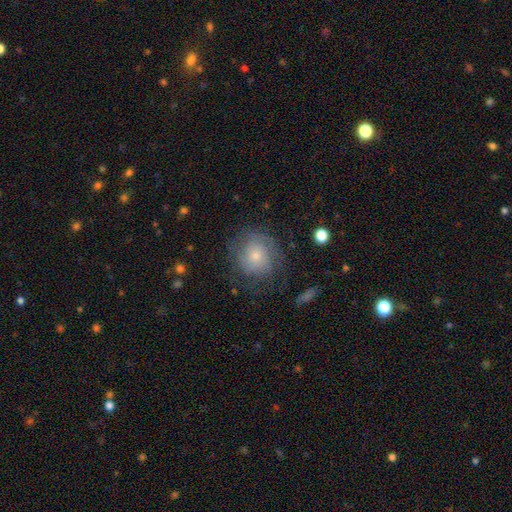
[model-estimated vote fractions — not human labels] Overall: smooth (49%; featured or disk 42%). Merging: none (67%).